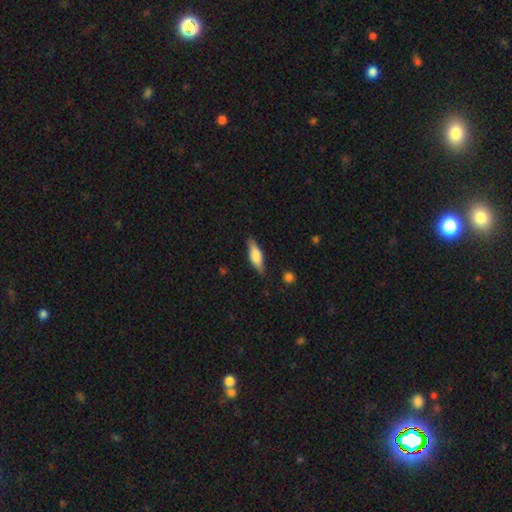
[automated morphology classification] smooth_or_featured: smooth (p=0.62) [alt: featured or disk p=0.32]
how_rounded: in between (p=0.49) [alt: cigar-shaped p=0.48]
merging: none (p=0.82) [alt: minor disturbance p=0.13]